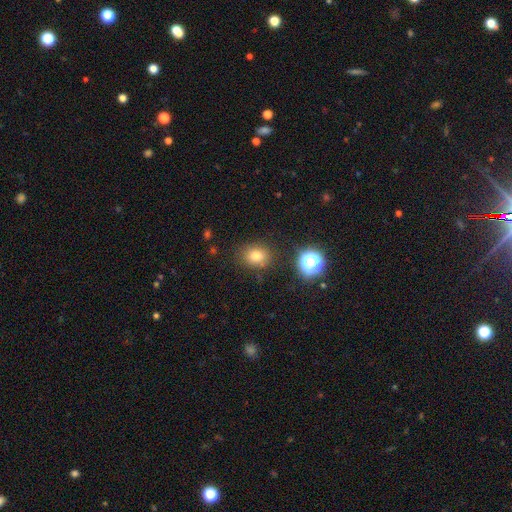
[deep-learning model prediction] Q: Smooth or featured?
A: smooth (77%); runner-up: star or artifact (15%)
Q: How rounded?
A: round (59%); runner-up: in between (40%)
Q: Merging?
A: none (81%); runner-up: minor disturbance (12%)